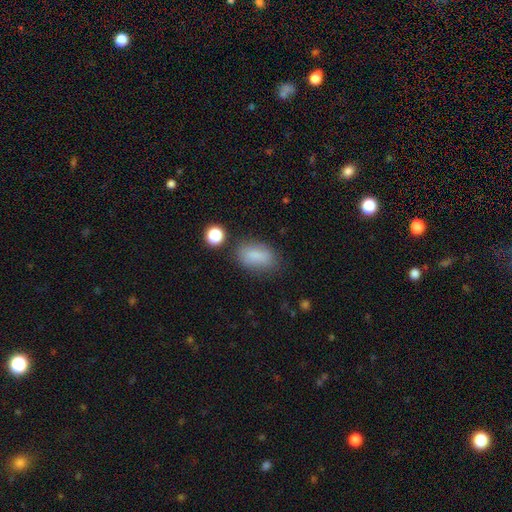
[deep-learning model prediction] This appears to be a smooth galaxy with no disk features (83%) that is in between round and cigar-shaped (89%). Merging: none (71%).